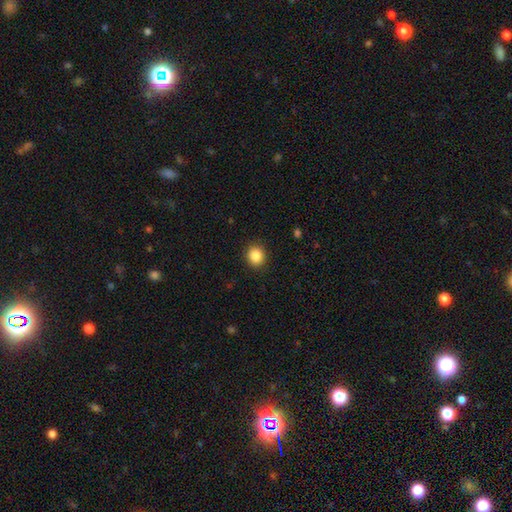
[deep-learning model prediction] Smooth or featured?
  - smooth: 87% *
  - star or artifact: 10%
  - featured or disk: 3%
How rounded?
  - round: 82% *
  - in between: 17%
  - cigar-shaped: 1%
Merging?
  - none: 90% *
  - minor disturbance: 6%
  - major disturbance: 2%
  - merger: 1%